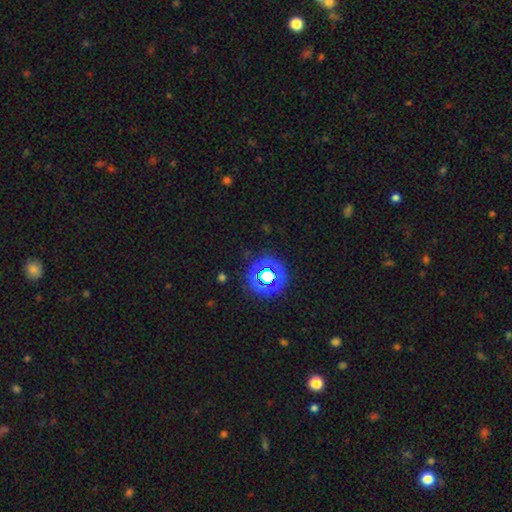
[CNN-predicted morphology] Smooth or featured? Predicted: star or artifact (p=0.50).